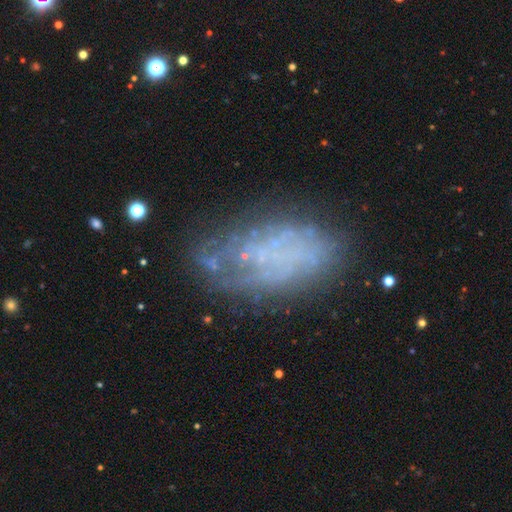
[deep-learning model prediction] Overall: featured or disk (53%; smooth 30%). Edge-on disk: no (94%). Bar: no (88%). Spiral arms: no (65%; yes 35%). Bulge size: none (83%). Merging: none (62%).